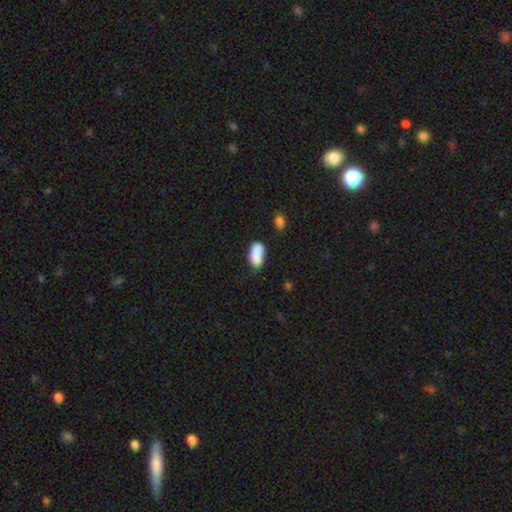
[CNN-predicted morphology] smooth-or-featured: smooth: 83% | featured or disk: 9% | star or artifact: 8%
  how-rounded: in between: 92% | round: 5% | cigar-shaped: 3%
  merging: none: 47% | minor disturbance: 30% | merger: 14% | major disturbance: 9%